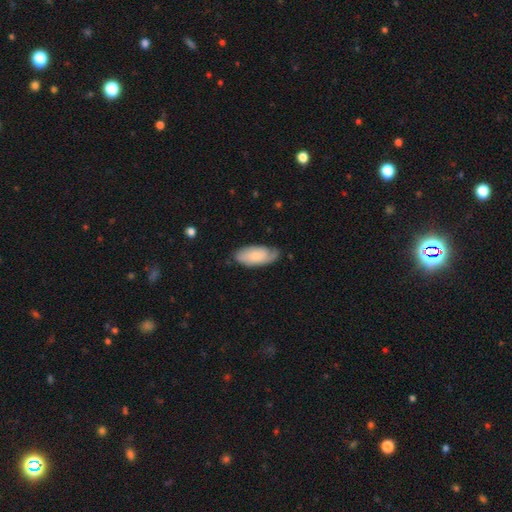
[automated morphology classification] This appears to be a smooth galaxy with no disk features (62%) that is in between round and cigar-shaped (89%). Merging: none (62%).